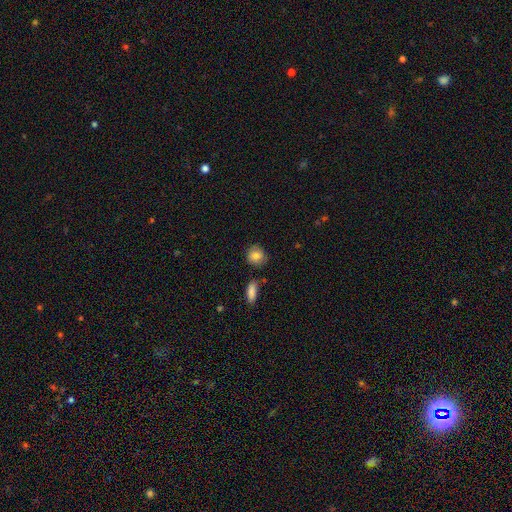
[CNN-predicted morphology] Smooth or featured?
  - smooth: 82% *
  - featured or disk: 10%
  - star or artifact: 8%
How rounded?
  - round: 81% *
  - in between: 18%
  - cigar-shaped: 2%
Merging?
  - none: 79% *
  - minor disturbance: 14%
  - merger: 4%
  - major disturbance: 3%